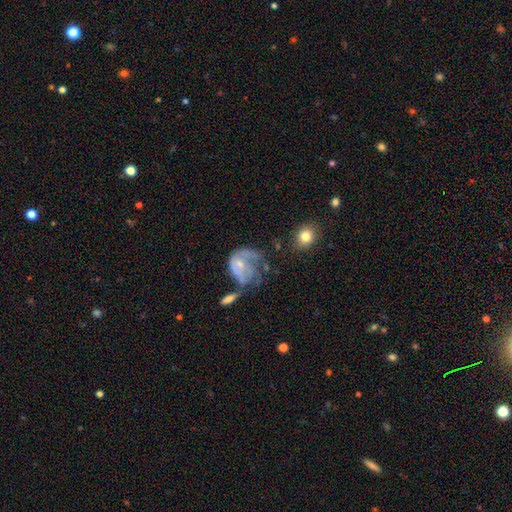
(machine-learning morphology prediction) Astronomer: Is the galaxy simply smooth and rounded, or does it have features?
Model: featured or disk — 57%.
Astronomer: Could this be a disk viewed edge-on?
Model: no — 96%.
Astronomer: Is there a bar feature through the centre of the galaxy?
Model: no — 65%.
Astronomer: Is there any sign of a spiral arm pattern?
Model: yes — 73%.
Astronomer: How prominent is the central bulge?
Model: small — 52% (runner-up: moderate, 30%).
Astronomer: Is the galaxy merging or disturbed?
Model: none — 41% (runner-up: major disturbance, 24%).